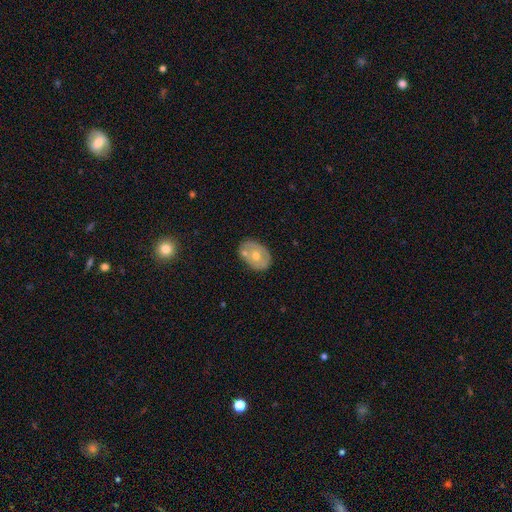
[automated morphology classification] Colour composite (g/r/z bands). It shows a featured or disk galaxy (52%). Merging: none (66%).